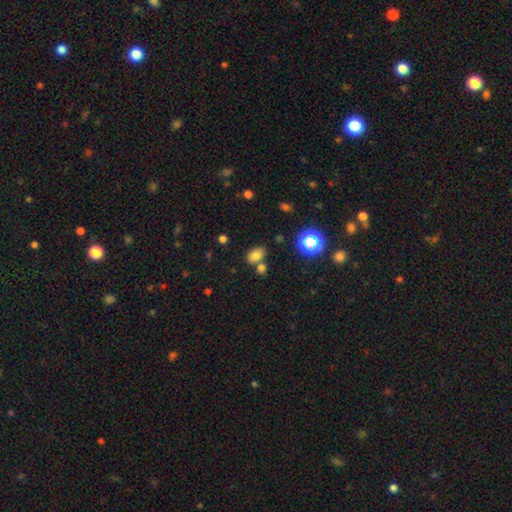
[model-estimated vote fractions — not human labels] This is likely a smooth galaxy (74%). How rounded: clearly in between (83%). Merging: likely none (63%).